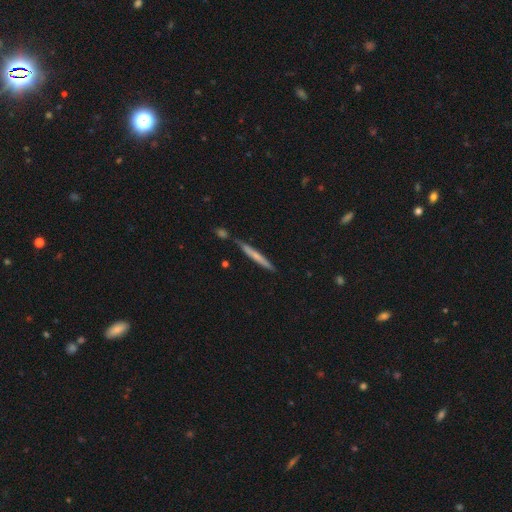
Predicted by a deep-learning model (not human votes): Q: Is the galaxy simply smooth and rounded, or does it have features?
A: smooth — 54%.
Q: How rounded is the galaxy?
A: cigar-shaped — 96%.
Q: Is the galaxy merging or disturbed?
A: none — 75%.